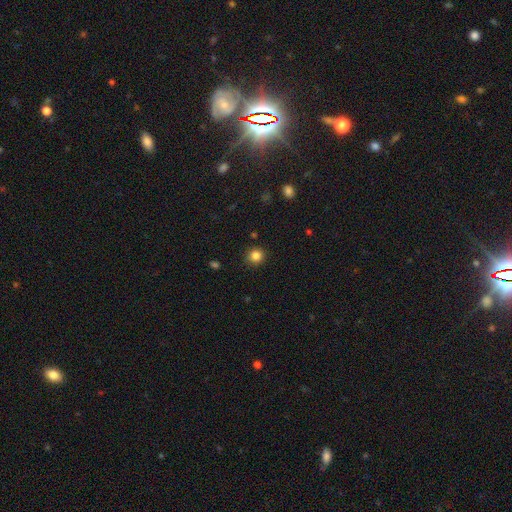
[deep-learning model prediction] smooth-or-featured: smooth: 84% | star or artifact: 12% | featured or disk: 4%
  how-rounded: round: 89% | in between: 10% | cigar-shaped: 1%
  merging: none: 89% | minor disturbance: 7% | major disturbance: 2% | merger: 1%